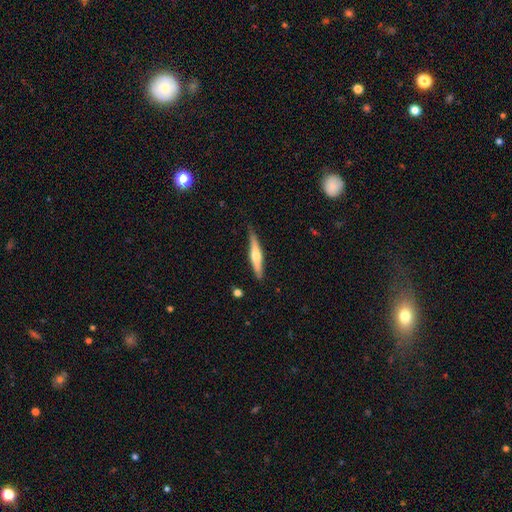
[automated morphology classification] This is possibly a featured or disk galaxy (52%). It is clearly viewed edge-on (95%). Merging: clearly none (80%).